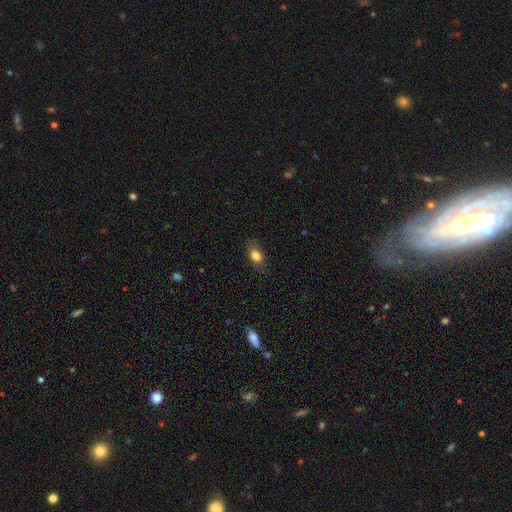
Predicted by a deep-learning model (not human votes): This appears to be a smooth galaxy with no disk features (79%) that is in between round and cigar-shaped (83%). Merging: none (79%).